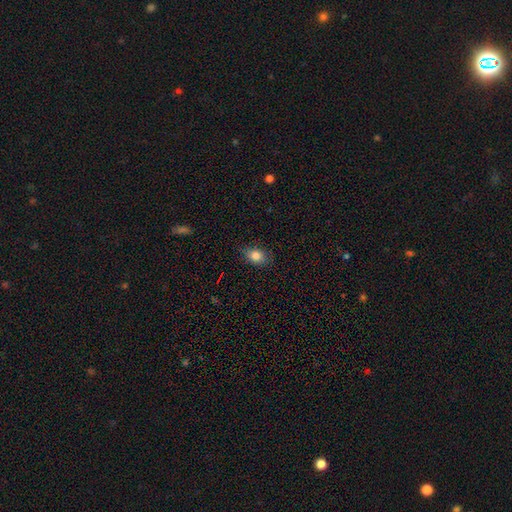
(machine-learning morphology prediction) The model was most divided on "how rounded": in between: 66%, round: 32%, cigar-shaped: 2%. More confident: smooth or featured — smooth (82%); merging — none (81%).